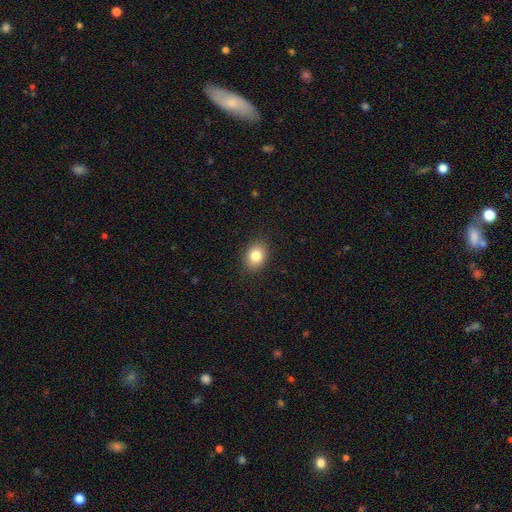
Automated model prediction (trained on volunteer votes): Overall: smooth (82%). How rounded: in between (55%; round 44%). Merging: none (88%).